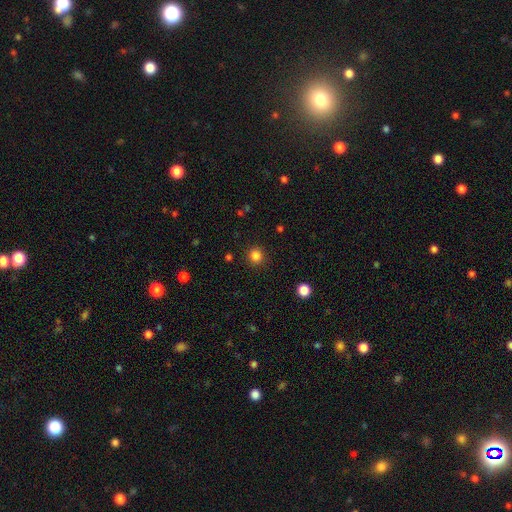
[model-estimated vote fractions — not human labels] This is clearly a smooth galaxy (84%). How rounded: clearly round (93%). Merging: clearly none (91%).